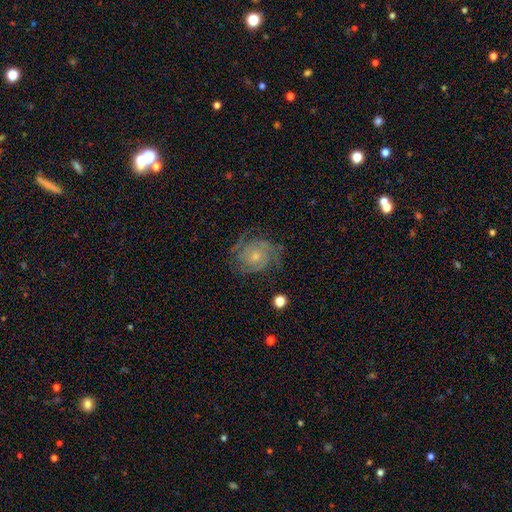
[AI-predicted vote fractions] Morphology: type=featured or disk (81%); edge-on=no (98%); bar=no (79%); spiral arms=yes (95%); winding=tight (61%); arm count=2 (33%); bulge=small (62%); merging=none (70%).